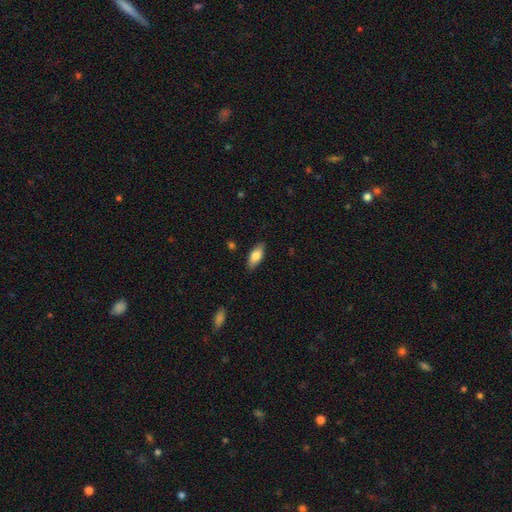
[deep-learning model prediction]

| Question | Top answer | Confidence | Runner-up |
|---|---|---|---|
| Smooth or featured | smooth | 80% | featured or disk (14%) |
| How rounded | in between | 85% | cigar-shaped (13%) |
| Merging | none | 85% | minor disturbance (12%) |